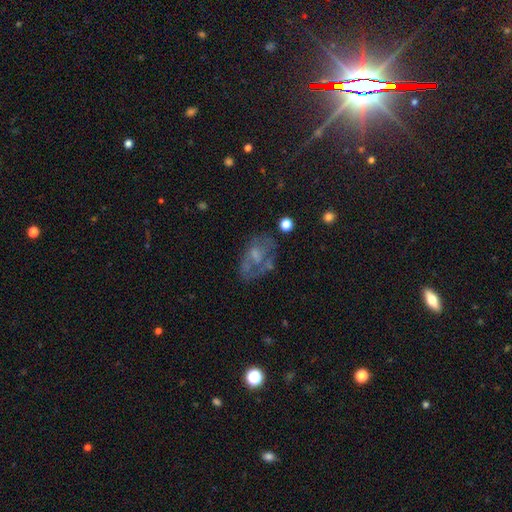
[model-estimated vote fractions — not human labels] featured or disk 53%, smooth 31%, star or artifact 16%. Down the decision tree: edge-on disk — no (95%); bar — no (78%); spiral arms — no (69%); bulge size — none (34%); merging — none (47%).